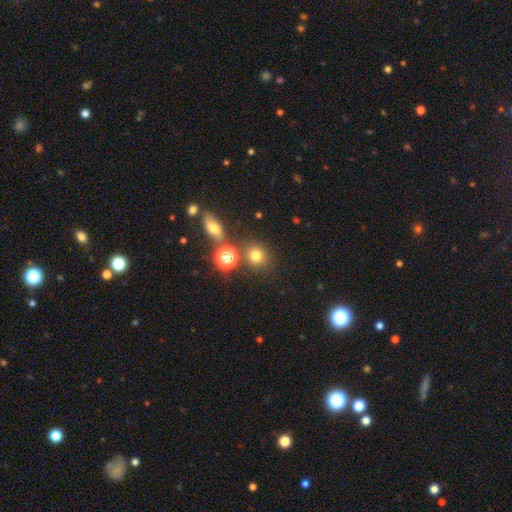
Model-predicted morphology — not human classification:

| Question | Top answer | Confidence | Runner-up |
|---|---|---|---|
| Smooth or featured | smooth | 74% | star or artifact (18%) |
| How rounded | round | 85% | in between (14%) |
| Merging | none | 78% | merger (9%) |